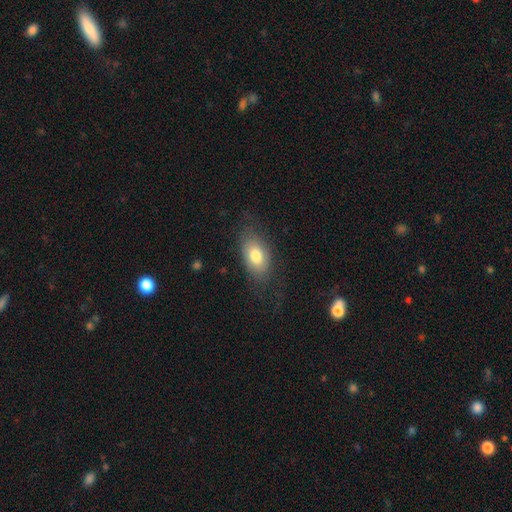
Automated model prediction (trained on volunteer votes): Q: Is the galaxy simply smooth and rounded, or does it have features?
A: smooth — 76%.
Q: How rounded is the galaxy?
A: in between — 90%.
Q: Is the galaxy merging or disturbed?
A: none — 74%.